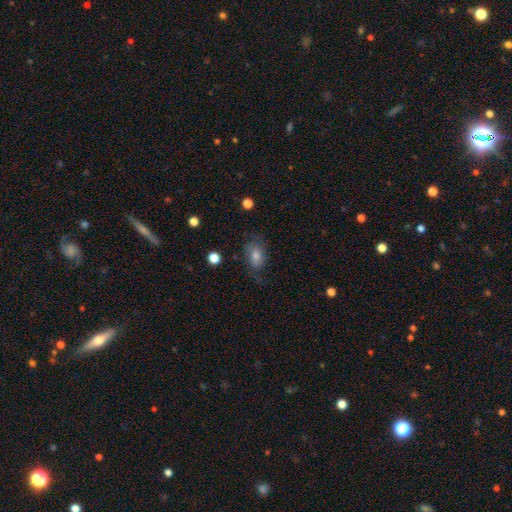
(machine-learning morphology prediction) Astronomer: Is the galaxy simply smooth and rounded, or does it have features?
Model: smooth — 63%.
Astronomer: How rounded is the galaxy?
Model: in between — 78%.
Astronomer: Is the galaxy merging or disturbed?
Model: none — 63%.